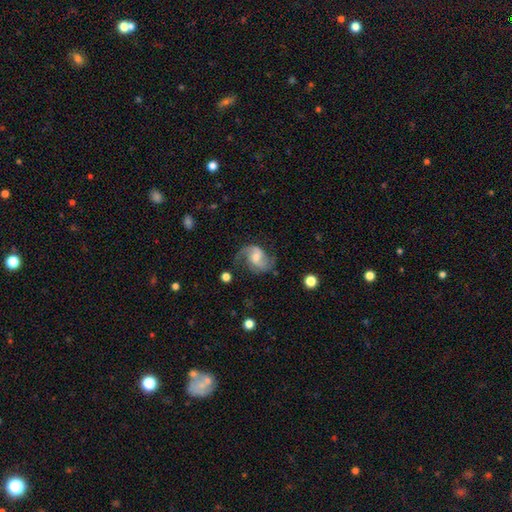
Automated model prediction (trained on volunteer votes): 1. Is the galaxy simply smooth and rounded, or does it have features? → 85% featured or disk, 9% smooth, 6% star or artifact.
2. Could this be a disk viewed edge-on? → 98% no, 2% yes.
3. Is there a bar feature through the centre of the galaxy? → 45% weak, 44% no, 11% strong.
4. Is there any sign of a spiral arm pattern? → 96% yes, 4% no.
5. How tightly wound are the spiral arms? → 48% medium, 38% loose, 14% tight.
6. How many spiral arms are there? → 89% 2, 4% can't tell, 3% 1, 2% 3, 1% 4, 1% more than 4.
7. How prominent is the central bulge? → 52% moderate, 37% small, 5% large, 5% none, 1% dominant.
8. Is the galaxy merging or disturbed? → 70% none, 18% minor disturbance, 10% major disturbance, 2% merger.